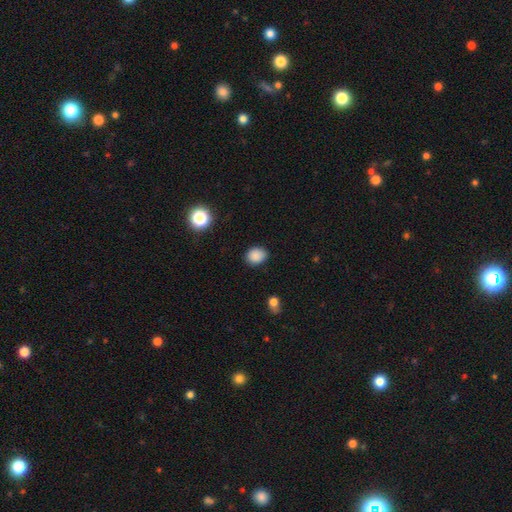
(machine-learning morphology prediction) smooth 86%, star or artifact 10%, featured or disk 4%. Down the decision tree: how rounded — round (55%); merging — none (83%).